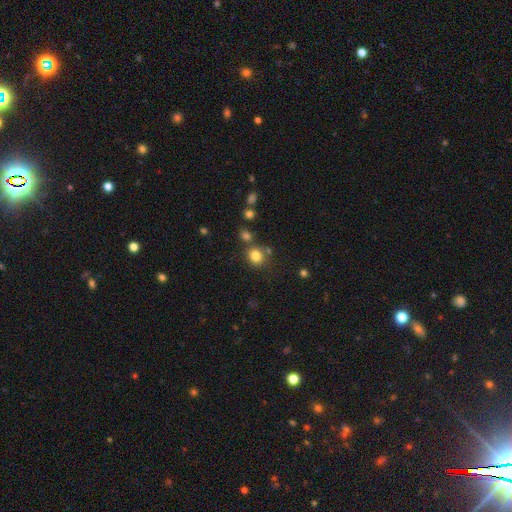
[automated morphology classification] Smooth or featured?
  - smooth: 81% *
  - star or artifact: 13%
  - featured or disk: 6%
How rounded?
  - round: 81% *
  - in between: 18%
  - cigar-shaped: 1%
Merging?
  - none: 71% *
  - merger: 13%
  - minor disturbance: 11%
  - major disturbance: 4%